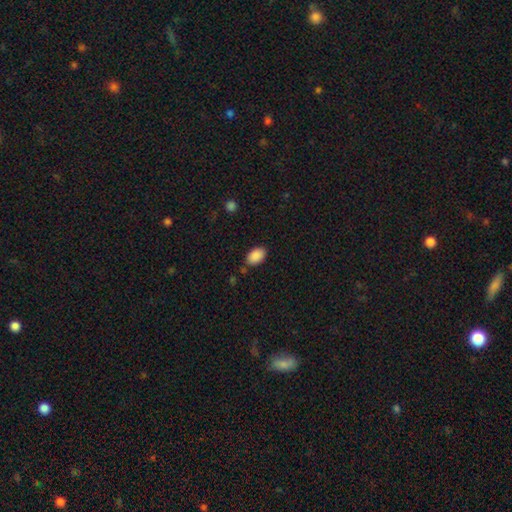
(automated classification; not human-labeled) A smooth galaxy with no disk features (89%) that is in between round and cigar-shaped (90%).

Vote fractions:
- Smooth or featured? smooth: 89% / star or artifact: 7% / featured or disk: 3%
- How rounded? in between: 90% / round: 8% / cigar-shaped: 1%
- Merging? none: 81% / minor disturbance: 13% / major disturbance: 3% / merger: 3%